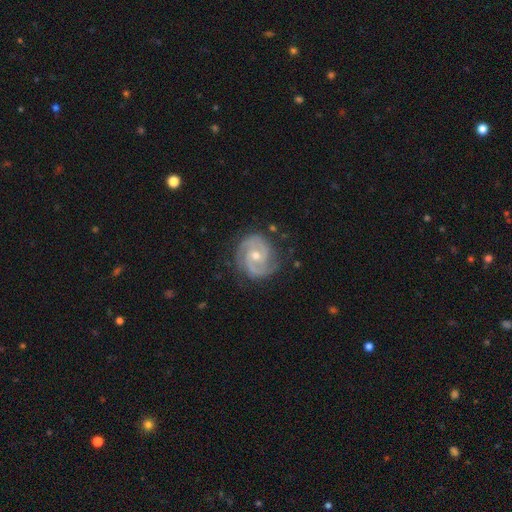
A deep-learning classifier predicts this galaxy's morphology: smooth-or-featured: featured or disk: 89% | smooth: 6% | star or artifact: 5%
  disk-edge-on: no: 98% | yes: 2%
    bar: no: 60% | weak: 32% | strong: 8%
    has-spiral-arms: yes: 98% | no: 2%
      spiral-winding: tight: 58% | medium: 36% | loose: 6%
      spiral-arm-count: 2: 78% | 3: 10% | can't tell: 6% | 1: 2% | 4: 2% | more than 4: 2%
    bulge-size: moderate: 57% | small: 40% | large: 1% | none: 1% | dominant: 1%
  merging: none: 80% | minor disturbance: 15% | major disturbance: 4% | merger: 1%